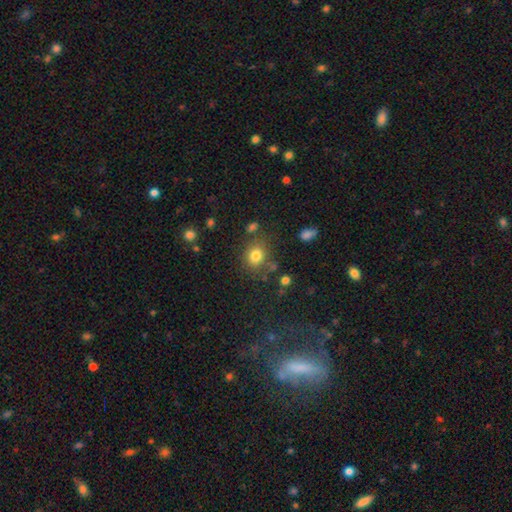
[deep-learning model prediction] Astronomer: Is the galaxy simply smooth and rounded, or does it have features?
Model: smooth — 80%.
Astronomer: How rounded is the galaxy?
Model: round — 71%.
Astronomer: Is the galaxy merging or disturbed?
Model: none — 74%.